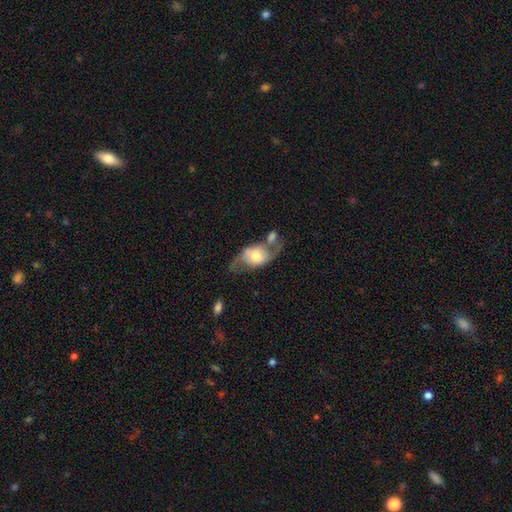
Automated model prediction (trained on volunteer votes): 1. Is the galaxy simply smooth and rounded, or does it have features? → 56% featured or disk, 37% smooth, 7% star or artifact.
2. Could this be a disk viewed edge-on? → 91% no, 9% yes.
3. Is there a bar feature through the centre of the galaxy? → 67% no, 25% weak, 8% strong.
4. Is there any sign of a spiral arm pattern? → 70% yes, 30% no.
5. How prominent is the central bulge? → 56% moderate, 21% small, 18% large, 3% dominant, 2% none.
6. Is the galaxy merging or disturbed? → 37% none, 24% merger, 20% minor disturbance, 19% major disturbance.